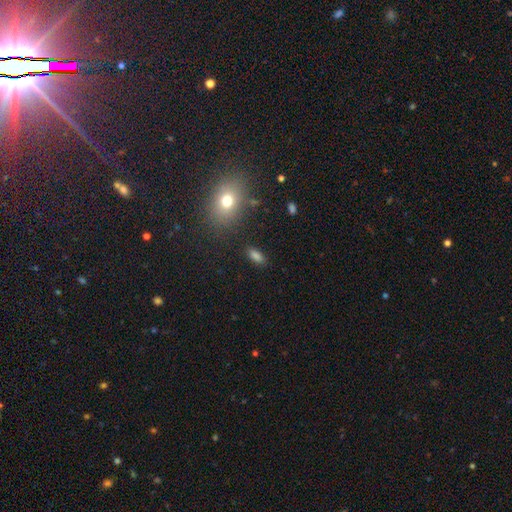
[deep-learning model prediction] This is clearly a smooth galaxy (80%). How rounded: clearly in between (82%). Merging: clearly none (85%).